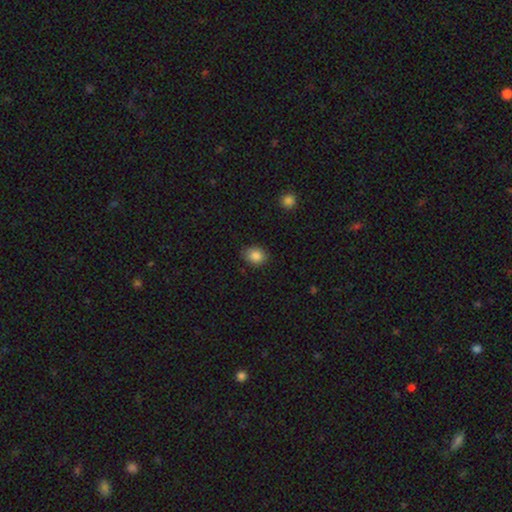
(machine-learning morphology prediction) Q: Smooth or featured?
A: smooth (86%); runner-up: star or artifact (9%)
Q: How rounded?
A: round (58%); runner-up: in between (41%)
Q: Merging?
A: none (80%); runner-up: minor disturbance (16%)